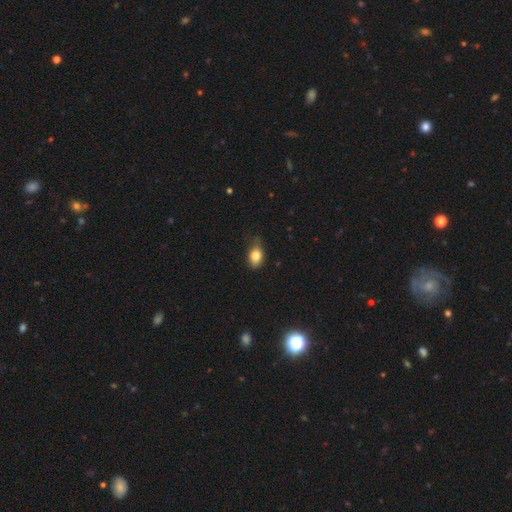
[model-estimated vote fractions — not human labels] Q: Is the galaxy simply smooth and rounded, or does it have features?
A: smooth — 81%.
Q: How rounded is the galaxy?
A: in between — 81%.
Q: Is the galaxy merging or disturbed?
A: none — 61%.